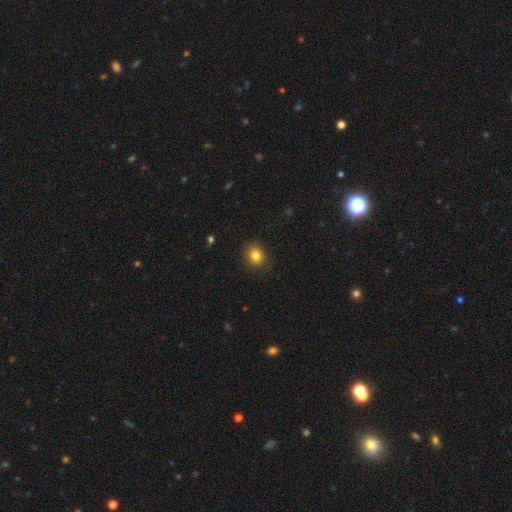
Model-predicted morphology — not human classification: Smooth or featured? smooth (83%)
How rounded? round (69%)
Merging? none (87%)